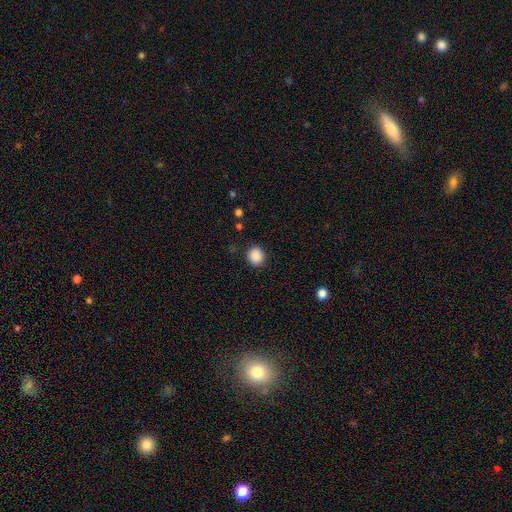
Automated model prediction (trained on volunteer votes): Q: Smooth or featured?
A: smooth (88%); runner-up: star or artifact (9%)
Q: How rounded?
A: round (80%); runner-up: in between (19%)
Q: Merging?
A: none (89%); runner-up: minor disturbance (7%)